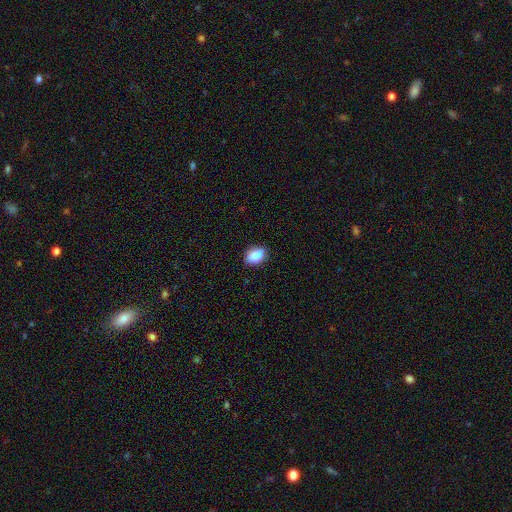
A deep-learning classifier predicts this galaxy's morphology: A smooth galaxy with no disk features (84%) that is in between round and cigar-shaped (81%).

Vote fractions:
- Smooth or featured? smooth: 84% / star or artifact: 8% / featured or disk: 7%
- How rounded? in between: 81% / round: 16% / cigar-shaped: 3%
- Merging? none: 82% / minor disturbance: 14% / major disturbance: 3% / merger: 1%